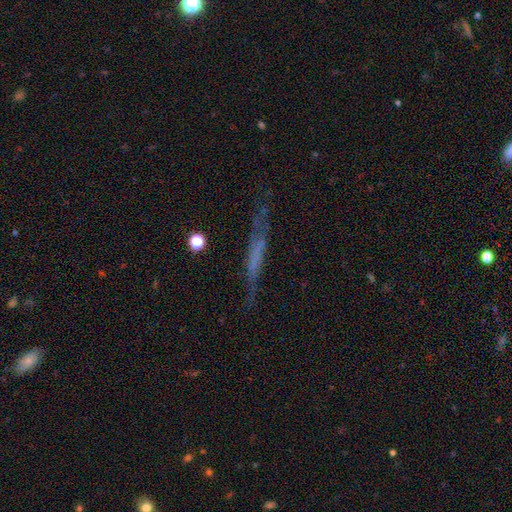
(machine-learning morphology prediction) featured or disk 52%, smooth 36%, star or artifact 12%. Down the decision tree: edge-on disk — yes (82%); merging — none (67%).